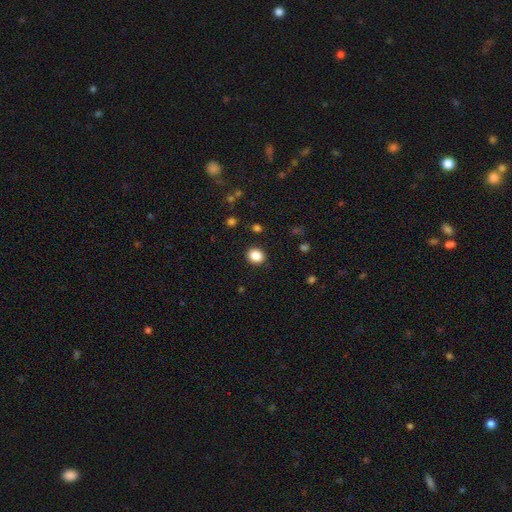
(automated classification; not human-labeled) Smooth or featured? smooth (87%)
How rounded? round (68%)
Merging? none (90%)